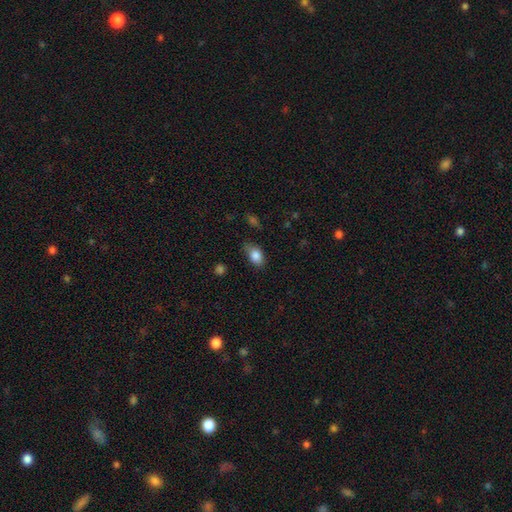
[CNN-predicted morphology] Smooth or featured? Predicted: smooth (p=0.85). How rounded? Predicted: in between (p=0.87). Merging? Predicted: none (p=0.70).